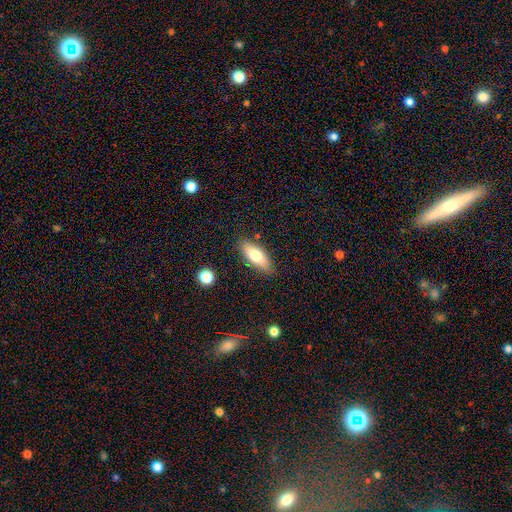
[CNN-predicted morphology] Q: Smooth or featured?
A: smooth (74%); runner-up: featured or disk (20%)
Q: How rounded?
A: in between (74%); runner-up: cigar-shaped (23%)
Q: Merging?
A: none (84%); runner-up: minor disturbance (11%)